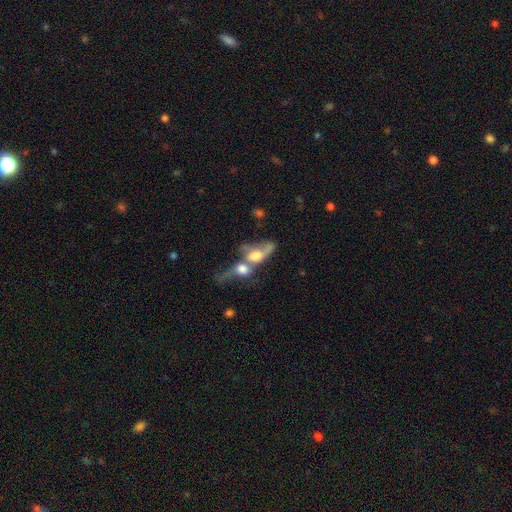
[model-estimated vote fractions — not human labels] Smooth or featured: smooth — 49% (featured or disk — 41%)
Merging: merger — 79% (major disturbance — 11%)